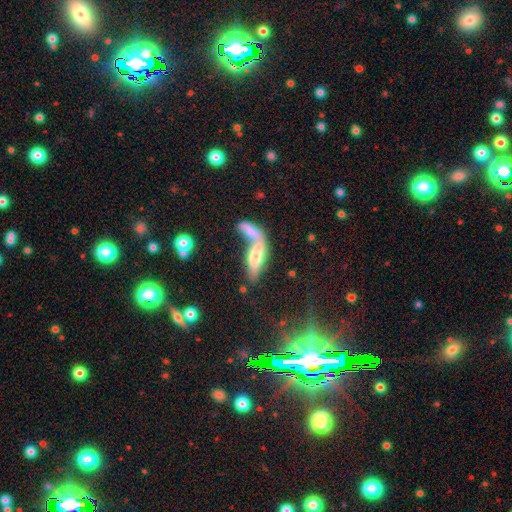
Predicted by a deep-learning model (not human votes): A smooth galaxy with no disk features (60%) that is in between round and cigar-shaped (60%).

Vote fractions:
- Smooth or featured? smooth: 60% / featured or disk: 31% / star or artifact: 9%
- How rounded? in between: 60% / cigar-shaped: 36% / round: 3%
- Merging? merger: 67% / none: 20% / minor disturbance: 8% / major disturbance: 6%